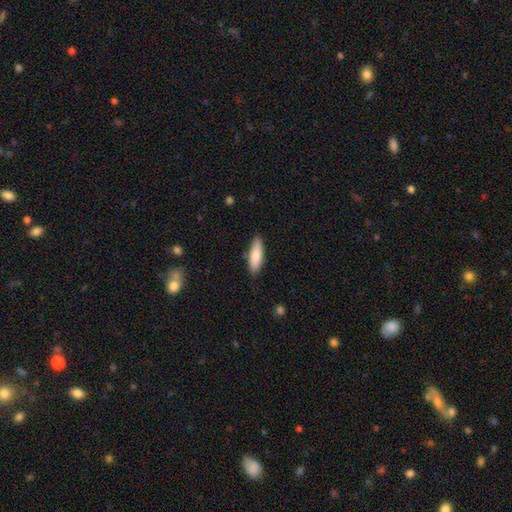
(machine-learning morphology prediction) Overall: smooth (82%). How rounded: in between (52%; cigar-shaped 46%). Merging: none (85%).